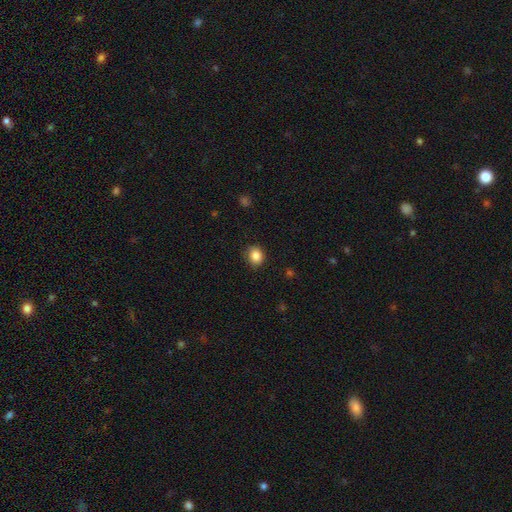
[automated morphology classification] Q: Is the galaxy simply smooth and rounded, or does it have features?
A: smooth — 86%.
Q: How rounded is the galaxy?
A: round — 70%.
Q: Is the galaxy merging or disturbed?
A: none — 83%.